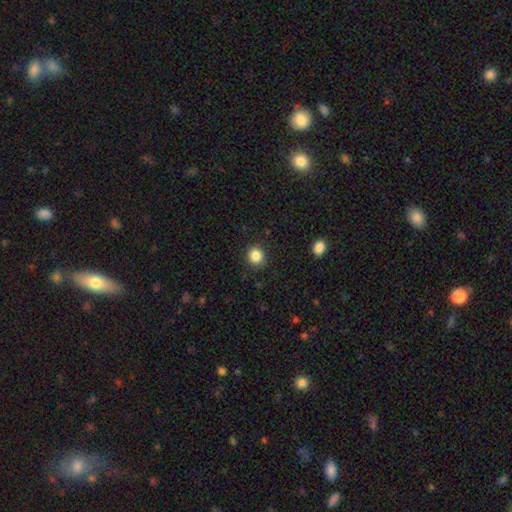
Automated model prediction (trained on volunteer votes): smooth_or_featured: smooth (p=0.85) [alt: star or artifact p=0.11]
how_rounded: round (p=0.88) [alt: in between p=0.11]
merging: none (p=0.90) [alt: minor disturbance p=0.07]